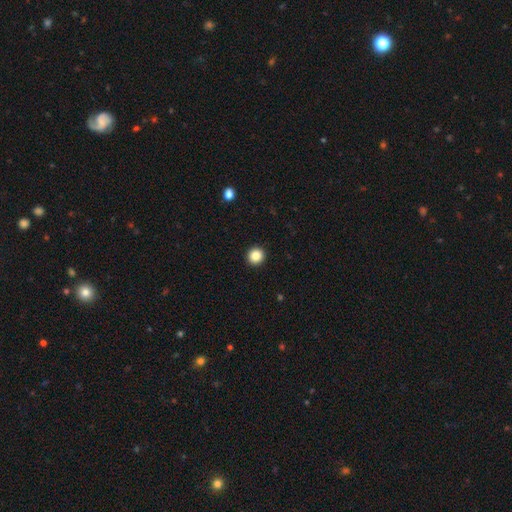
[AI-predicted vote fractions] Overall: smooth (85%). How rounded: round (94%). Merging: none (94%).